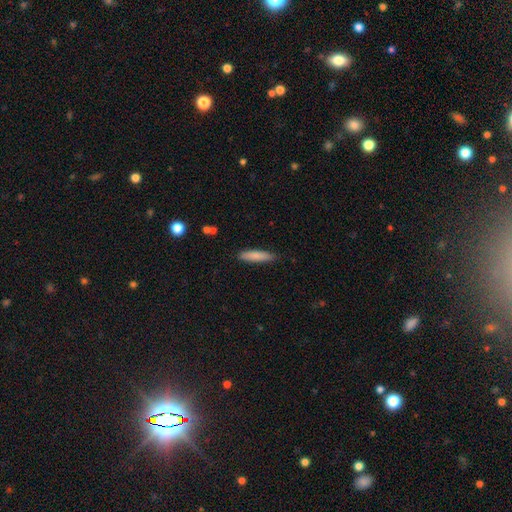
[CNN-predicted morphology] Smooth or featured? Predicted: smooth (p=0.82). How rounded? Predicted: cigar-shaped (p=0.79). Merging? Predicted: none (p=0.86).